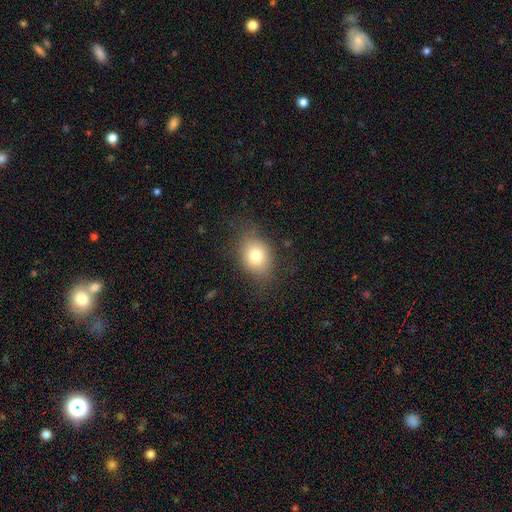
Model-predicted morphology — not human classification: smooth_or_featured: smooth (p=0.77) [alt: featured or disk p=0.13]
how_rounded: in between (p=0.67) [alt: round p=0.31]
merging: none (p=0.75) [alt: minor disturbance p=0.18]